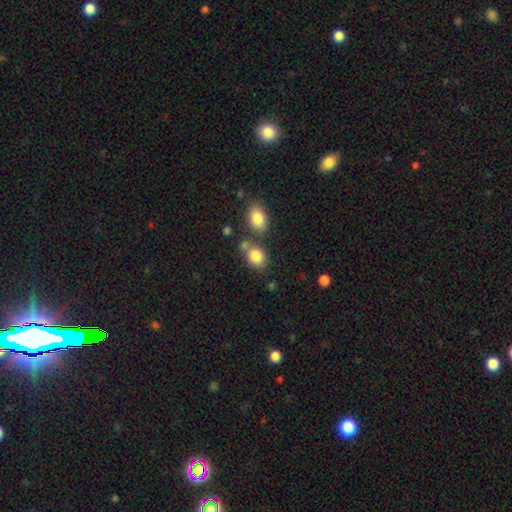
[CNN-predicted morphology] type=smooth (85%); roundness=in between (55%); merging=none (57%).